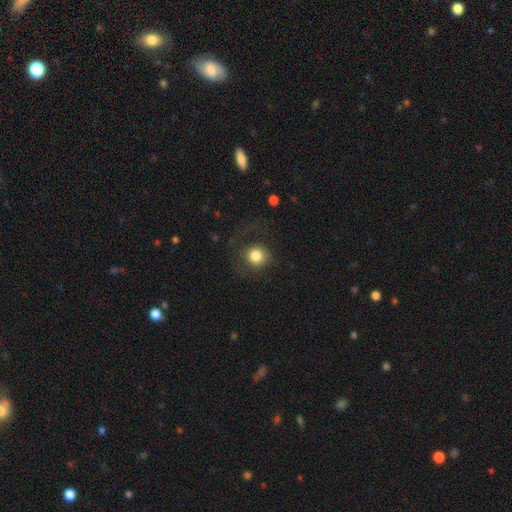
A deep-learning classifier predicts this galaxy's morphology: Smooth or featured? Predicted: smooth (p=0.79). How rounded? Predicted: round (p=0.88). Merging? Predicted: none (p=0.59).